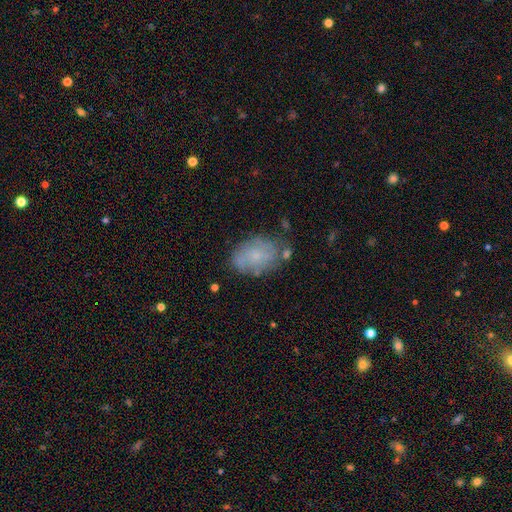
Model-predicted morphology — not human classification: Smooth or featured? Predicted: smooth (p=0.50). Merging? Predicted: none (p=0.63).